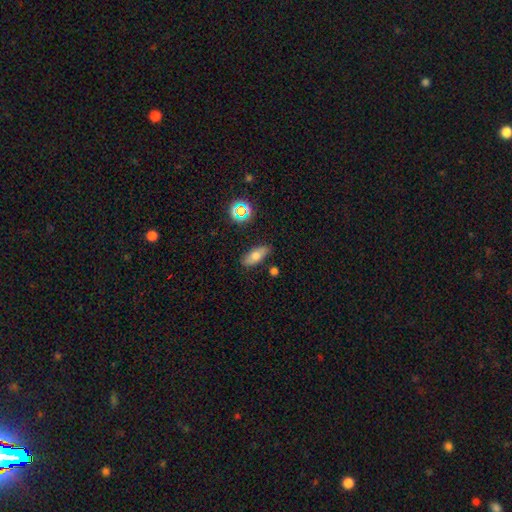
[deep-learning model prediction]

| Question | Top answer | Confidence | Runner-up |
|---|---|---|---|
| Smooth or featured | smooth | 69% | featured or disk (19%) |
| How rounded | in between | 77% | cigar-shaped (18%) |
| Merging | none | 80% | minor disturbance (14%) |